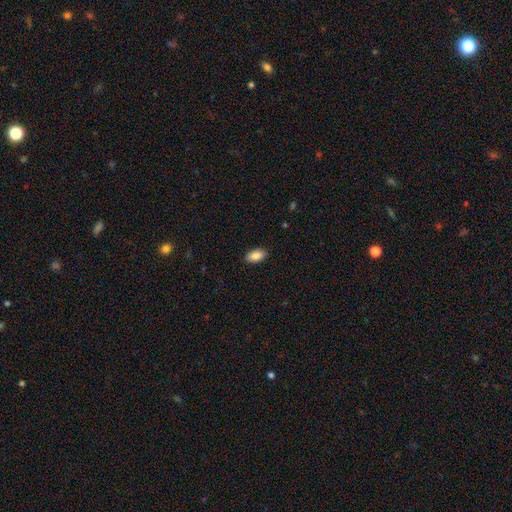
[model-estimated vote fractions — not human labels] smooth-or-featured: smooth: 87% | star or artifact: 7% | featured or disk: 6%
  how-rounded: in between: 93% | round: 4% | cigar-shaped: 3%
  merging: none: 89% | minor disturbance: 8% | major disturbance: 2% | merger: 1%